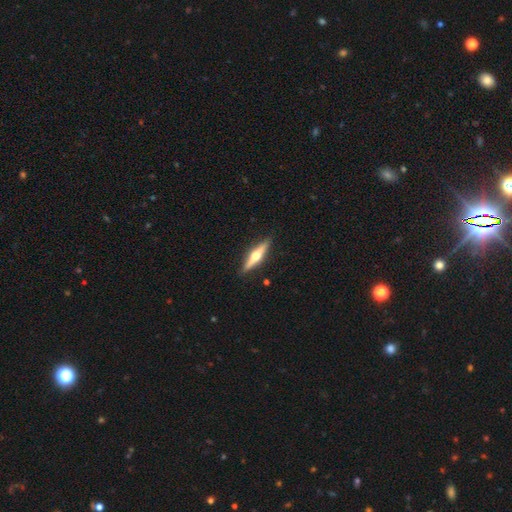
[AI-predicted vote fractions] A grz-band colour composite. It shows a featured or disk galaxy (70%) viewed edge-on (97%) with a rounded central bulge (96%). Merging: none (91%).